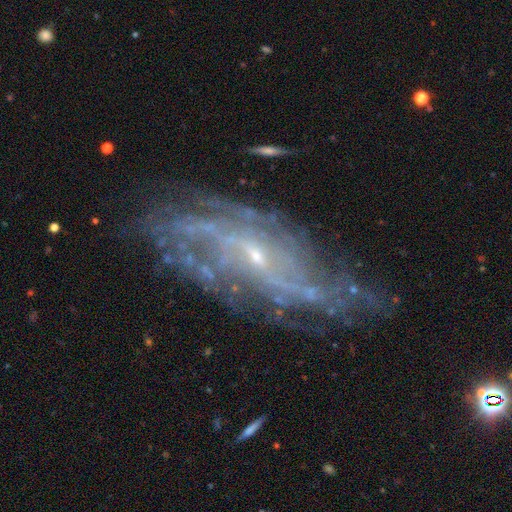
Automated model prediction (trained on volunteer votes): featured or disk 82%, star or artifact 9%, smooth 9%. Down the decision tree: edge-on disk — no (88%); bar — no (56%); spiral arms — yes (87%); spiral arm count — can't tell (49%); spiral winding — tight (44%); bulge size — small (81%); merging — none (63%).